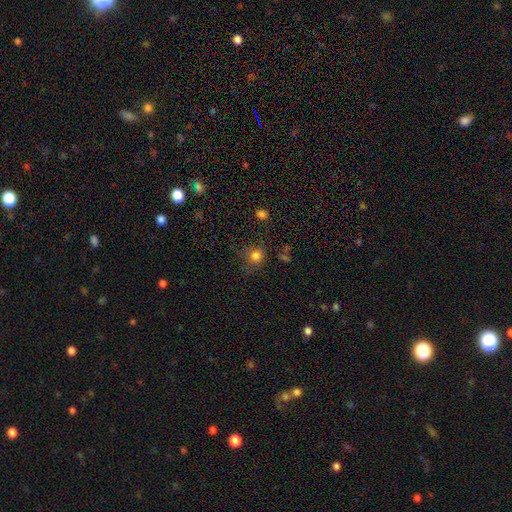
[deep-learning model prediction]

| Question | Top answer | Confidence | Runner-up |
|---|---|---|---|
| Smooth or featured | smooth | 79% | star or artifact (15%) |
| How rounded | round | 84% | in between (15%) |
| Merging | none | 70% | minor disturbance (18%) |